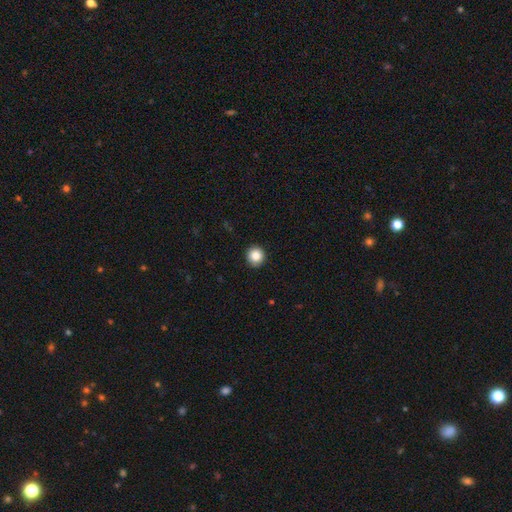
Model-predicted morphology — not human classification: This is clearly a smooth galaxy (86%). How rounded: clearly round (94%). Merging: clearly none (92%).